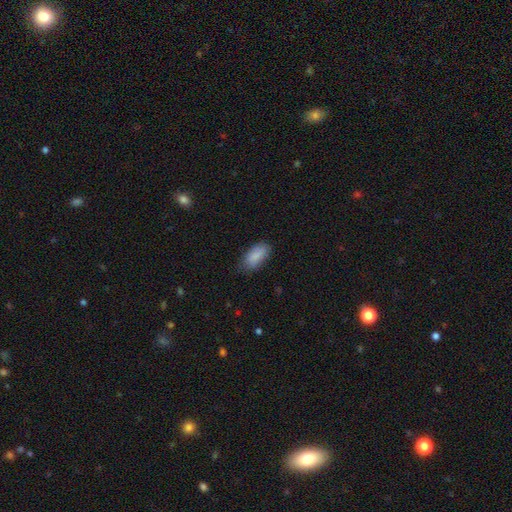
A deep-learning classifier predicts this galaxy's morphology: Smooth or featured?
  - smooth: 87% *
  - featured or disk: 6%
  - star or artifact: 6%
How rounded?
  - in between: 91% *
  - cigar-shaped: 7%
  - round: 3%
Merging?
  - none: 75% *
  - minor disturbance: 20%
  - major disturbance: 4%
  - merger: 1%